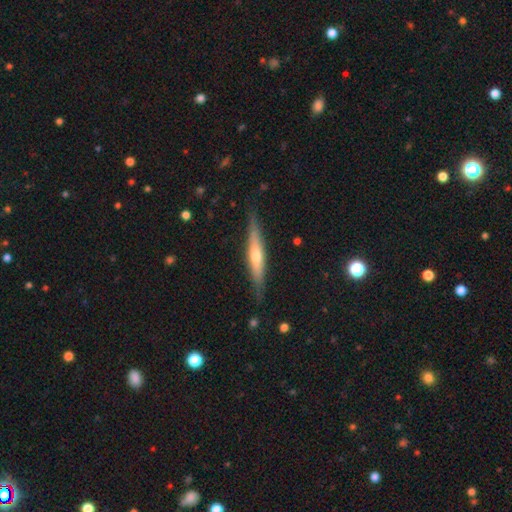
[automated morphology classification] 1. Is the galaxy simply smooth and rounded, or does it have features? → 61% featured or disk, 33% smooth, 6% star or artifact.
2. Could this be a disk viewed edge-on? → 95% yes, 5% no.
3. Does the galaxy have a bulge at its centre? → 77% rounded, 17% none, 6% boxy.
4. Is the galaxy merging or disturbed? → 87% none, 10% minor disturbance, 2% major disturbance, 1% merger.